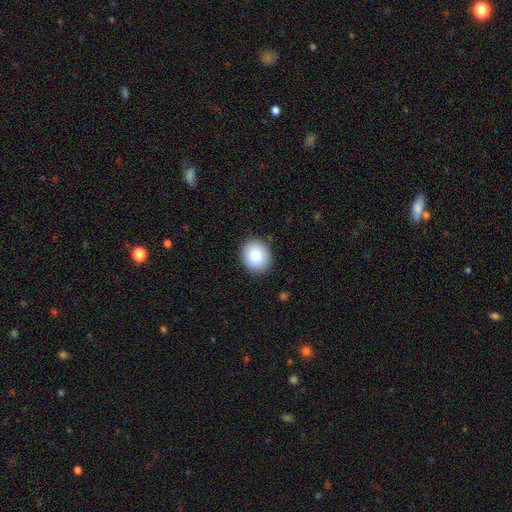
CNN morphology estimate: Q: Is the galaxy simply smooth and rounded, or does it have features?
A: smooth — 83%.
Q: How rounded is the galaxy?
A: round — 67%.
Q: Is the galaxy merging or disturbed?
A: none — 89%.